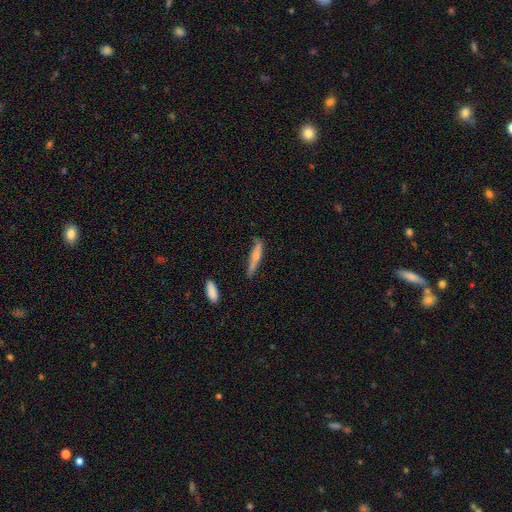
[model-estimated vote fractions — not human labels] Overall: smooth (59%; featured or disk 35%). How rounded: cigar-shaped (90%). Merging: none (72%).